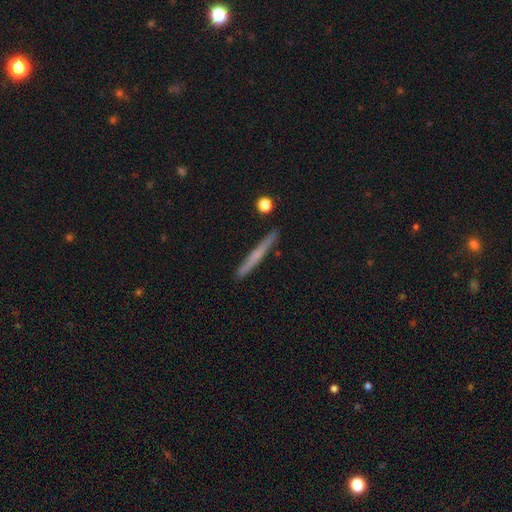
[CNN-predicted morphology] type=featured or disk (47%); merging=none (89%).